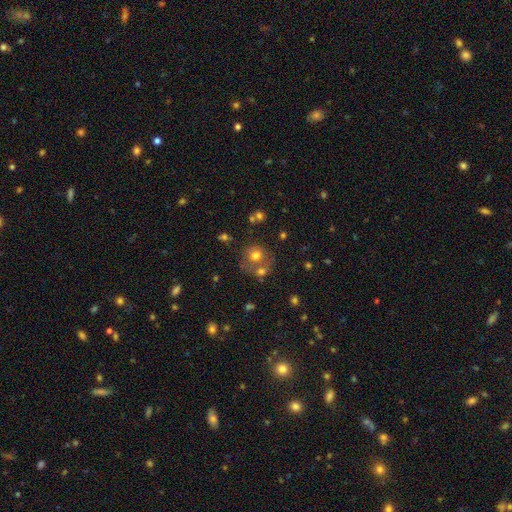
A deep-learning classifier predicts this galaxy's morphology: This appears to be a smooth galaxy with no disk features (70%) that is round (83%). Merging: none (51%).